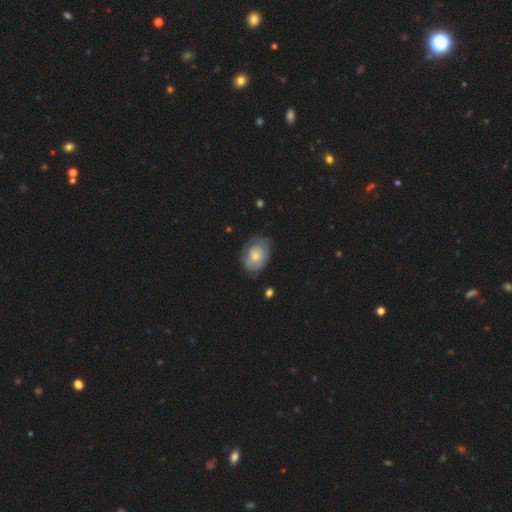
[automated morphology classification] Overall: smooth (61%; featured or disk 32%). How rounded: in between (73%). Merging: none (70%).